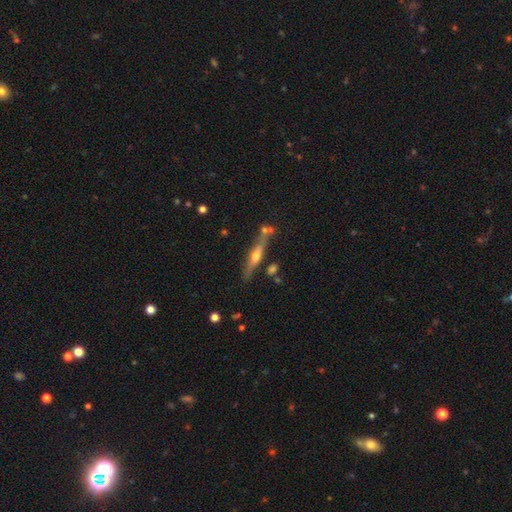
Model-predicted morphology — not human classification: Overall: featured or disk (72%). Edge-on disk: yes (95%). Edge-on bulge: rounded (87%). Merging: none (74%).